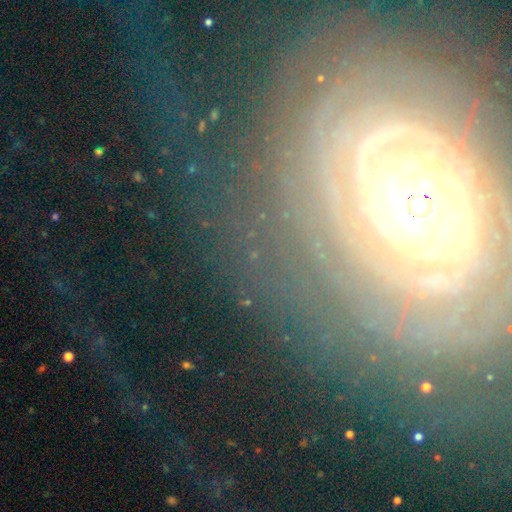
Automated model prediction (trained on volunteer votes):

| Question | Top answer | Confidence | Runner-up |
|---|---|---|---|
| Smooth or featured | featured or disk | 66% | star or artifact (20%) |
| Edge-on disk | no | 89% | yes (11%) |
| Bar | no | 71% | weak (15%) |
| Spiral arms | yes | 82% | no (18%) |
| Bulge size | moderate | 46% | large (25%) |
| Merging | none | 81% | minor disturbance (10%) |